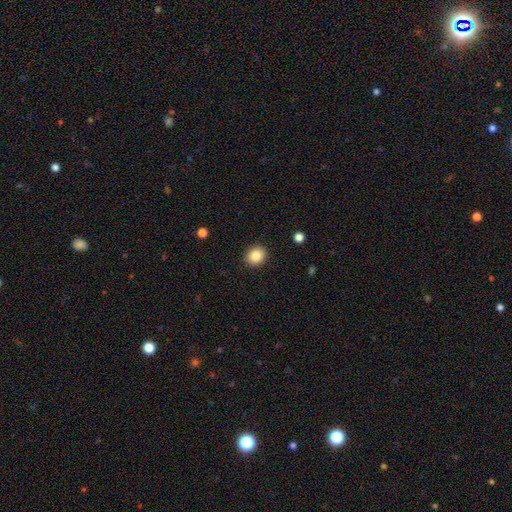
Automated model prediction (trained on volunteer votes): smooth 85%, star or artifact 9%, featured or disk 6%. Down the decision tree: how rounded — round (72%); merging — none (91%).